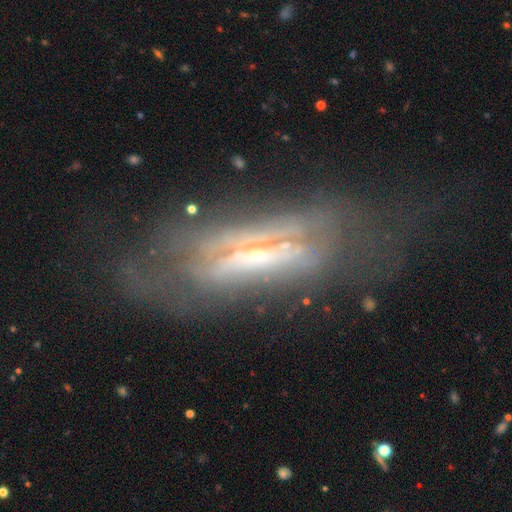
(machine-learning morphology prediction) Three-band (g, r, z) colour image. It shows a featured or disk galaxy (70%) viewed edge-on (50%, tied with no). Merging: none (42%).